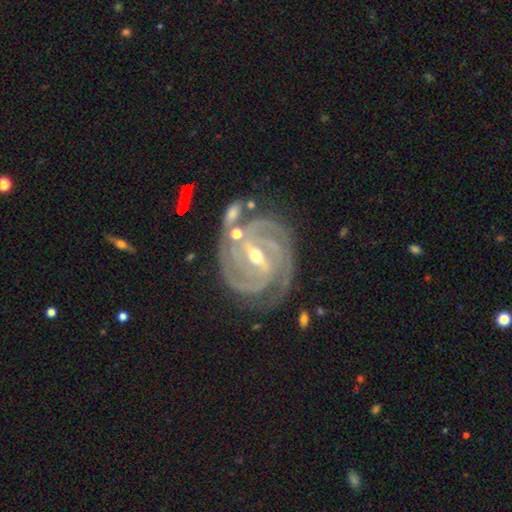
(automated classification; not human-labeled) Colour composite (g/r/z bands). It shows a featured or disk galaxy (93%) with a strong bar (54%), 3 (36%) tight (77%) spiral arms (99%) and a moderate central bulge (53%). Merging: none (73%).